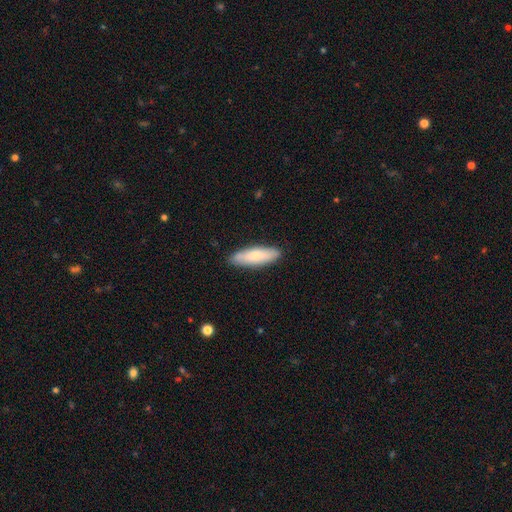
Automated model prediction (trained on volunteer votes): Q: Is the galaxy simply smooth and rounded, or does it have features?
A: smooth — 79%.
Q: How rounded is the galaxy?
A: cigar-shaped — 52%.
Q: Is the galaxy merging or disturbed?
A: none — 88%.